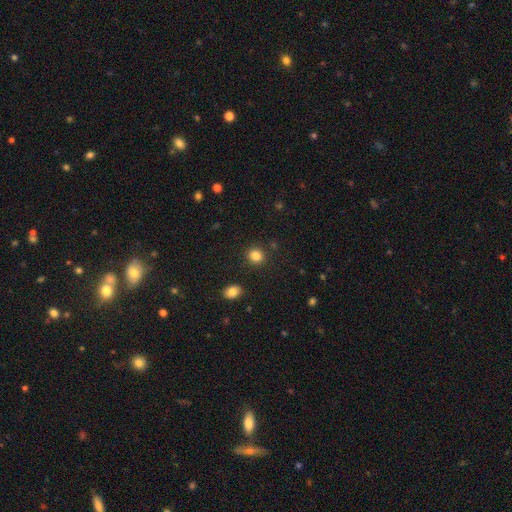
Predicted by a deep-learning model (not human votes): This appears to be a smooth galaxy with no disk features (84%) that is round (84%). Merging: none (90%).